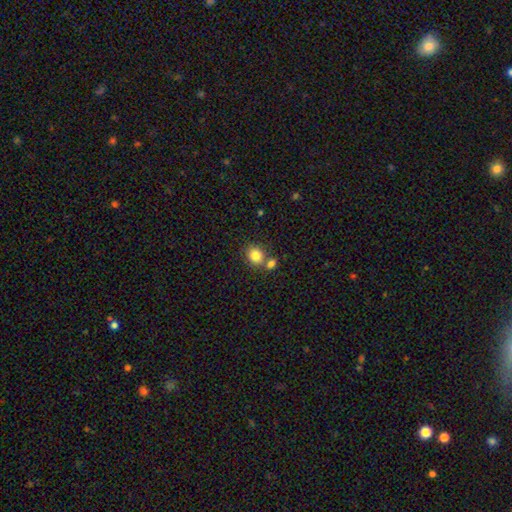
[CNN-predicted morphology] A smooth galaxy with no disk features (83%) that is round (68%).

Vote fractions:
- Smooth or featured? smooth: 83% / star or artifact: 10% / featured or disk: 7%
- How rounded? round: 68% / in between: 31% / cigar-shaped: 1%
- Merging? none: 57% / merger: 31% / minor disturbance: 10% / major disturbance: 3%